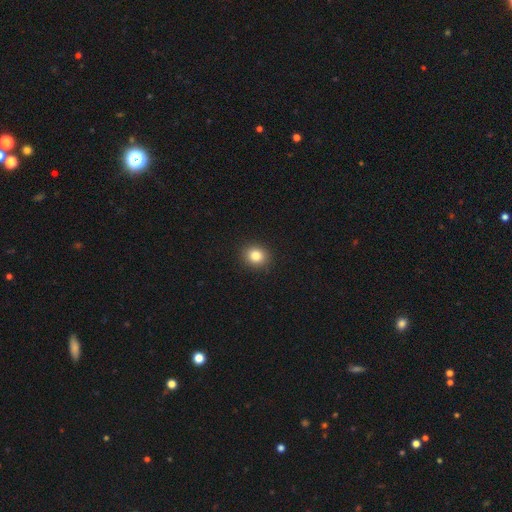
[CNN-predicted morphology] smooth-or-featured: smooth: 83% | star or artifact: 11% | featured or disk: 6%
  how-rounded: round: 80% | in between: 19% | cigar-shaped: 1%
  merging: none: 92% | minor disturbance: 6% | major disturbance: 2% | merger: 1%